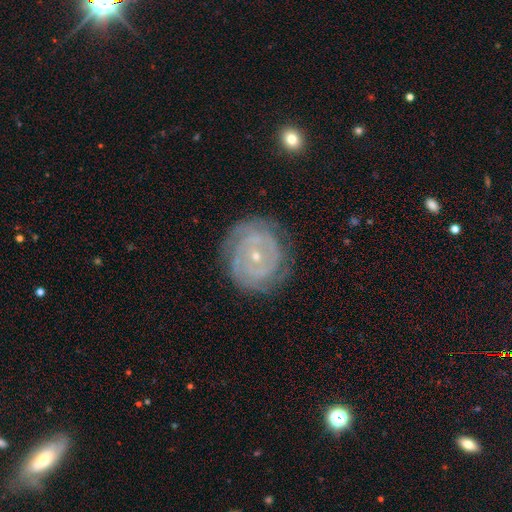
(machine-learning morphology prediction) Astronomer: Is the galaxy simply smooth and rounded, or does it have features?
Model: featured or disk — 82%.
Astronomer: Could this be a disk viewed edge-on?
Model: no — 97%.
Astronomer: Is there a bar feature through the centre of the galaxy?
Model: no — 71%.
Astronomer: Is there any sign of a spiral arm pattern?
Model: yes — 91%.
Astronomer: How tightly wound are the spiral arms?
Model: tight — 78%.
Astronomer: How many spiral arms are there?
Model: can't tell — 33% (runner-up: 2, 29%).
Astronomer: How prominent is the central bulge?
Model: small — 78%.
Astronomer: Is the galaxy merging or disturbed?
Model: none — 79%.